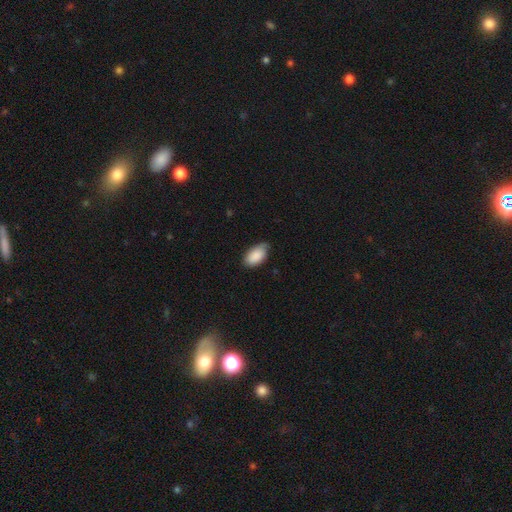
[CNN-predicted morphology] Q: Smooth or featured?
A: smooth (88%); runner-up: featured or disk (6%)
Q: How rounded?
A: in between (95%); runner-up: round (3%)
Q: Merging?
A: none (67%); runner-up: minor disturbance (28%)